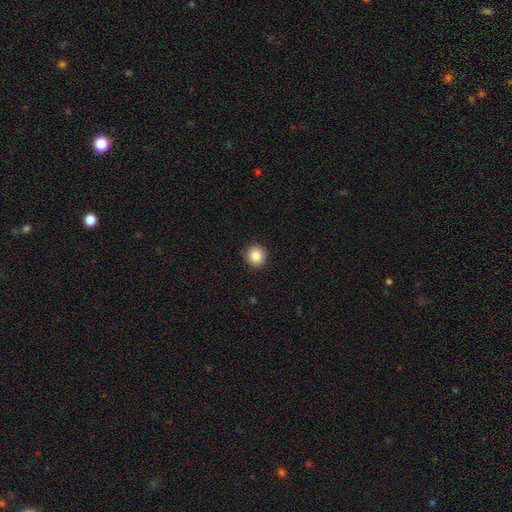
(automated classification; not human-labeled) Smooth or featured: smooth — 86% (star or artifact — 9%)
How rounded: round — 94% (in between — 5%)
Merging: none — 92% (minor disturbance — 5%)